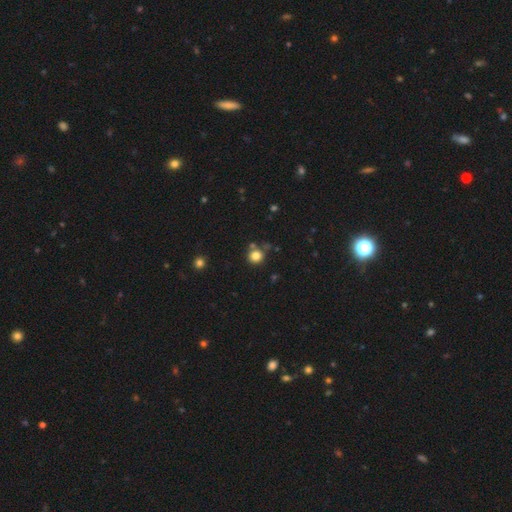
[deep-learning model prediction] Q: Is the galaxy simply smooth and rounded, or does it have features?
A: smooth — 82%.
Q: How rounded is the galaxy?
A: round — 89%.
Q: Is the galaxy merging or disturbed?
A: none — 74%.